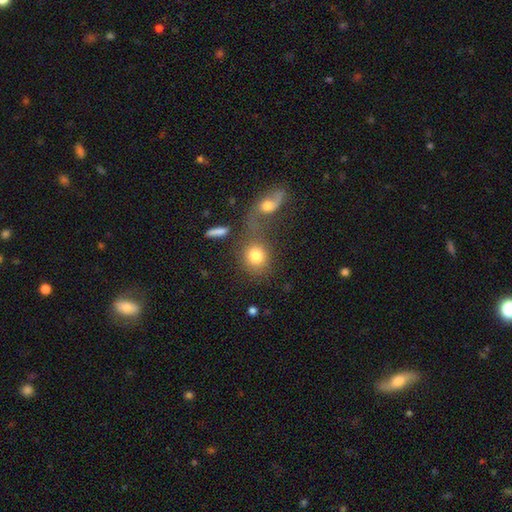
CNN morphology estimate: Smooth or featured?
  - smooth: 78% *
  - featured or disk: 13%
  - star or artifact: 9%
How rounded?
  - round: 72% *
  - in between: 26%
  - cigar-shaped: 2%
Merging?
  - none: 43% *
  - merger: 38%
  - minor disturbance: 10%
  - major disturbance: 9%